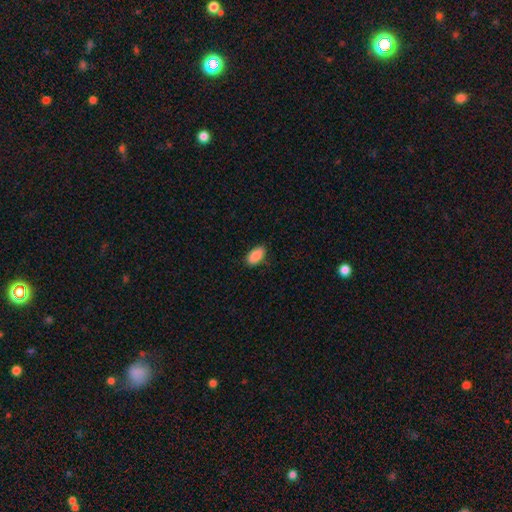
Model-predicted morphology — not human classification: Smooth or featured: smooth — 90% (star or artifact — 7%)
How rounded: in between — 94% (round — 3%)
Merging: none — 86% (minor disturbance — 11%)